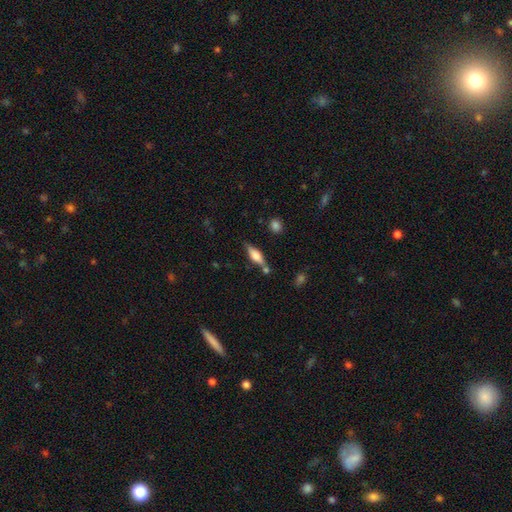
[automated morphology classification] Smooth or featured? smooth (52%)
How rounded? in between (51%)
Merging? none (69%)